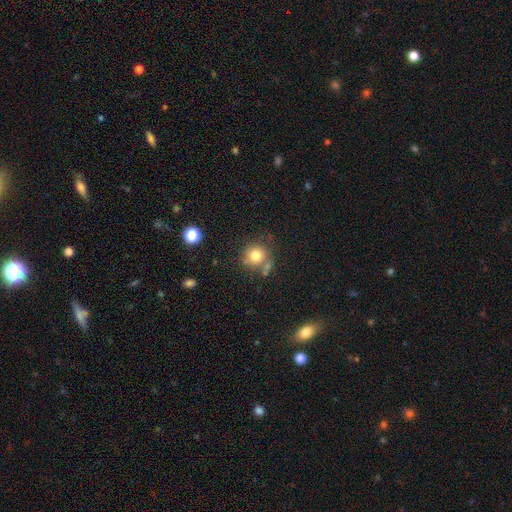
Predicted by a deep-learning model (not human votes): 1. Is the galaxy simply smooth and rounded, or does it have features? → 78% smooth, 11% star or artifact, 10% featured or disk.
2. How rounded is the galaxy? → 89% round, 10% in between, 1% cigar-shaped.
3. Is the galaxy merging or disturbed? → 62% none, 17% merger, 15% minor disturbance, 6% major disturbance.